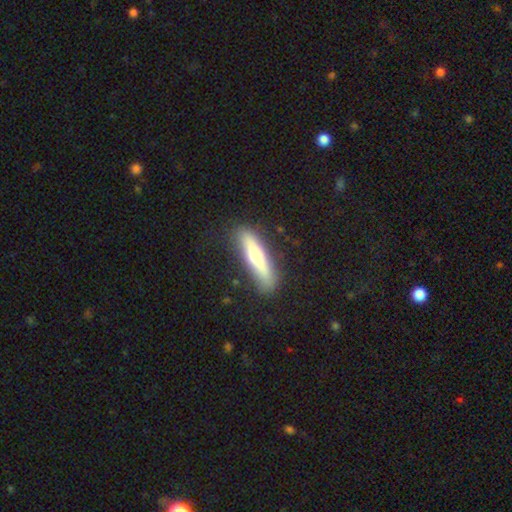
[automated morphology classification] Overall: smooth (56%; featured or disk 39%). How rounded: cigar-shaped (83%). Merging: none (86%).